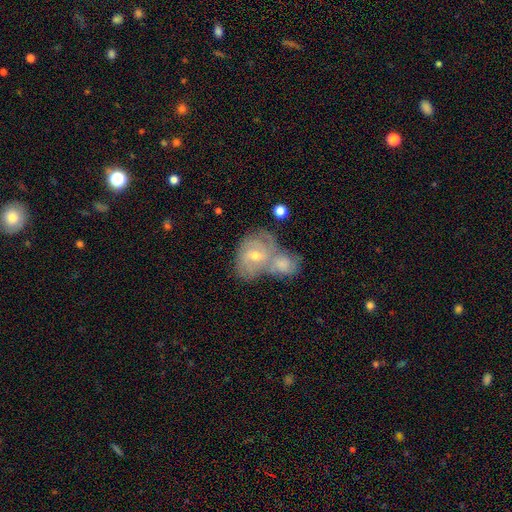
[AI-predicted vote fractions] This appears to be a featured or disk galaxy (73%) with no bar (47%), tight (60%) spiral arms (91%) and a moderate central bulge (56%). Merging: merger (55%).